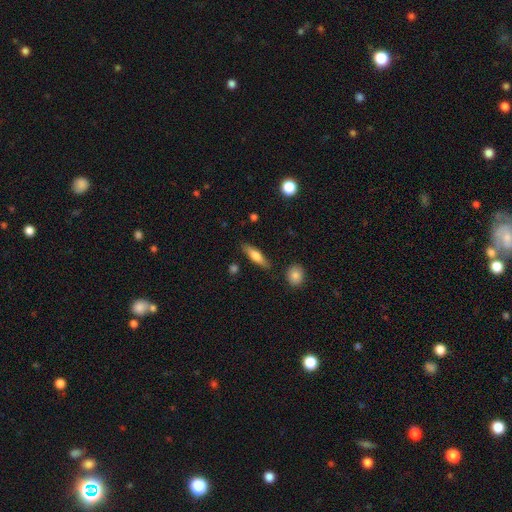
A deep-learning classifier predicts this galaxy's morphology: Q: Smooth or featured?
A: smooth (67%); runner-up: featured or disk (27%)
Q: How rounded?
A: cigar-shaped (62%); runner-up: in between (35%)
Q: Merging?
A: none (84%); runner-up: minor disturbance (11%)